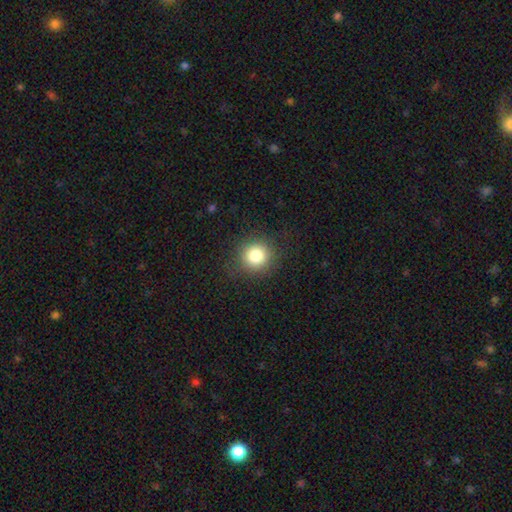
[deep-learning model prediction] A smooth galaxy with no disk features (82%) that is round (91%). Merging: none (88%).